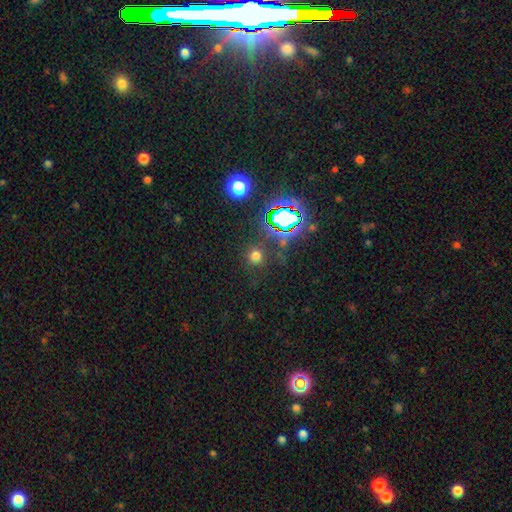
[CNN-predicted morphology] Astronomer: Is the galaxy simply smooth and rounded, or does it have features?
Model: smooth — 63%.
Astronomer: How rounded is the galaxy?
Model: round — 92%.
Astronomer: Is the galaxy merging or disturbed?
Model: none — 84%.